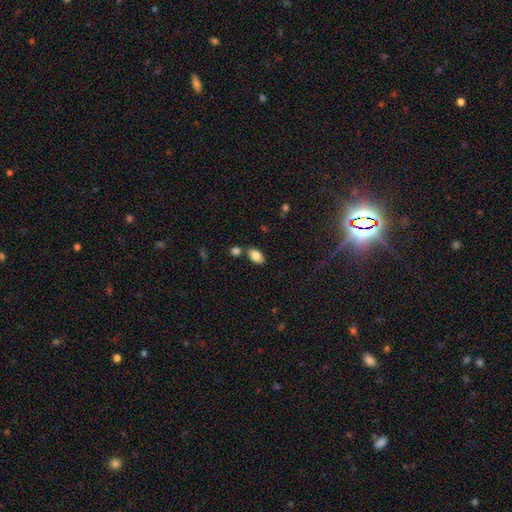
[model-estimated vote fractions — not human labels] smooth_or_featured: smooth (p=0.84) [alt: star or artifact p=0.08]
how_rounded: in between (p=0.92) [alt: round p=0.06]
merging: none (p=0.75) [alt: merger p=0.12]